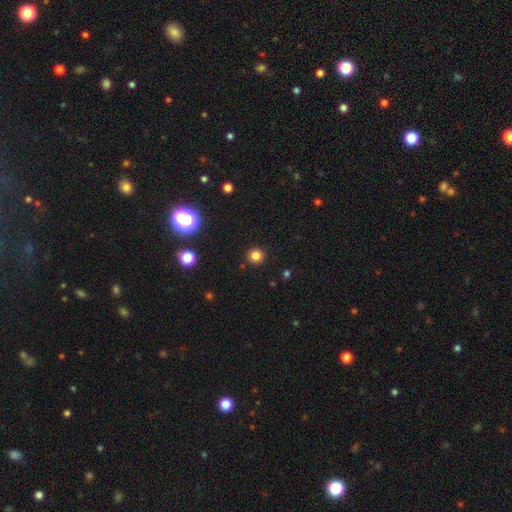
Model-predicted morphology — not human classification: type=smooth (82%); roundness=round (94%); merging=none (92%).